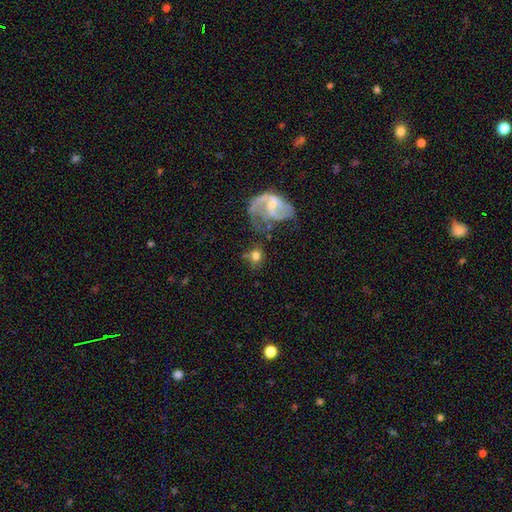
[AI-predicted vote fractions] smooth_or_featured: smooth (p=0.60) [alt: featured or disk p=0.29]
how_rounded: round (p=0.70) [alt: in between p=0.28]
merging: none (p=0.52) [alt: minor disturbance p=0.18]